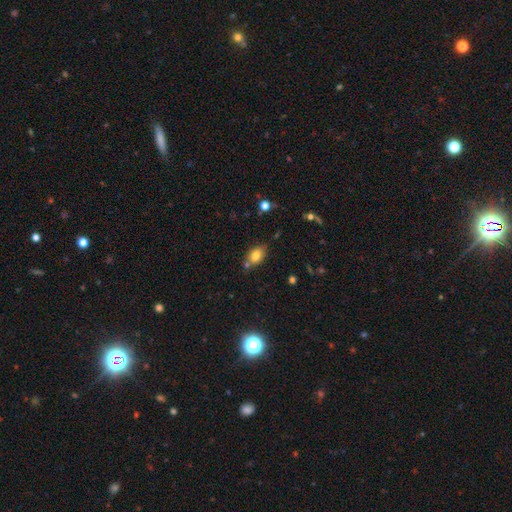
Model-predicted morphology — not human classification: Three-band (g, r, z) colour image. It shows a smooth galaxy with no disk features (79%) that is in between round and cigar-shaped (80%). Merging: none (67%).